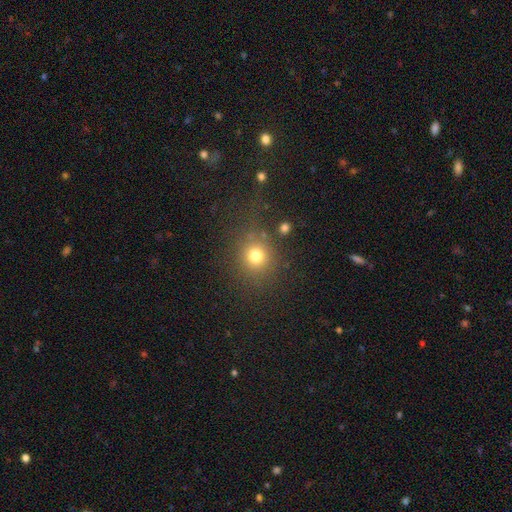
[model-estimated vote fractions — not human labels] Smooth or featured? Predicted: smooth (p=0.76). How rounded? Predicted: round (p=0.85). Merging? Predicted: none (p=0.75).